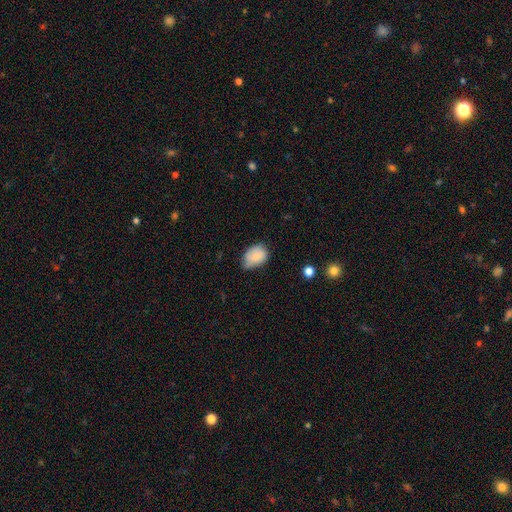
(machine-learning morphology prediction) smooth-or-featured: smooth: 83% | featured or disk: 9% | star or artifact: 8%
  how-rounded: in between: 74% | round: 25% | cigar-shaped: 1%
  merging: none: 47% | minor disturbance: 42% | major disturbance: 8% | merger: 3%